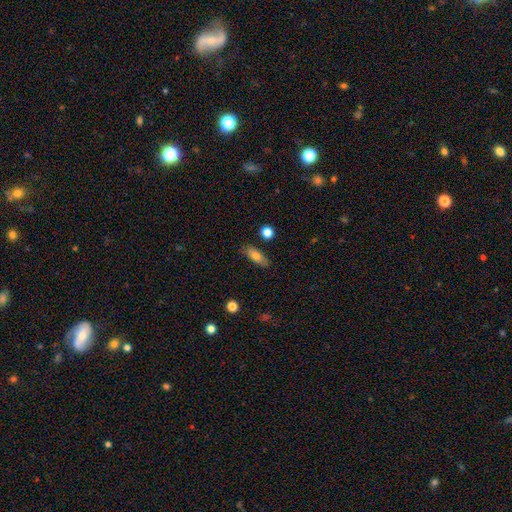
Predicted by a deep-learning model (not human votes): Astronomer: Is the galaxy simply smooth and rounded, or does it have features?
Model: smooth — 77%.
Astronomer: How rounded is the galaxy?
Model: in between — 70%.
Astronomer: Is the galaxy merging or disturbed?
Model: none — 83%.